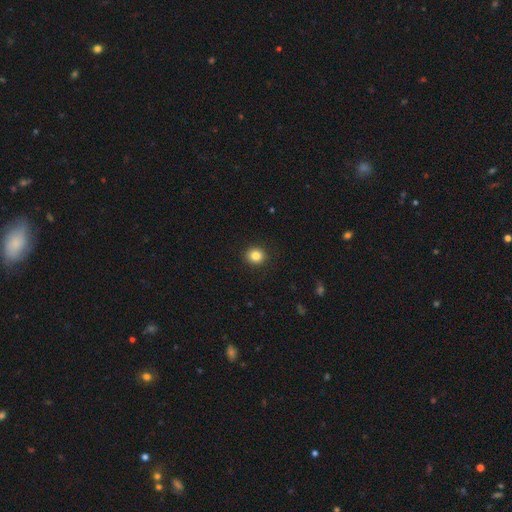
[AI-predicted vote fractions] A smooth galaxy with no disk features (84%) that is round (85%).

Vote fractions:
- Smooth or featured? smooth: 84% / star or artifact: 11% / featured or disk: 5%
- How rounded? round: 85% / in between: 14% / cigar-shaped: 1%
- Merging? none: 92% / minor disturbance: 6% / major disturbance: 2% / merger: 1%